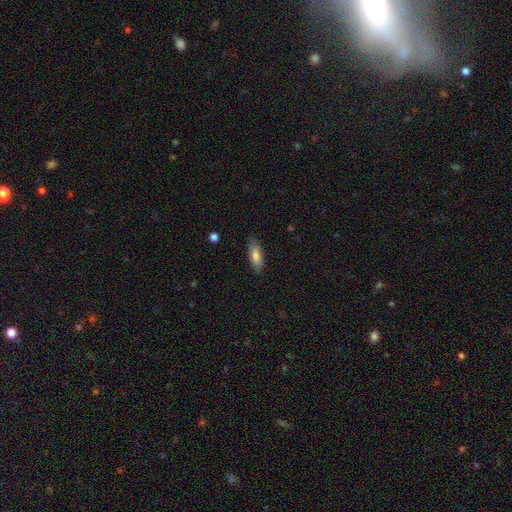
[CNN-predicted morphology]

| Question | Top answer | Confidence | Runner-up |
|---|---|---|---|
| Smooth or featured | smooth | 77% | featured or disk (16%) |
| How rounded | in between | 66% | cigar-shaped (33%) |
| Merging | none | 83% | minor disturbance (13%) |